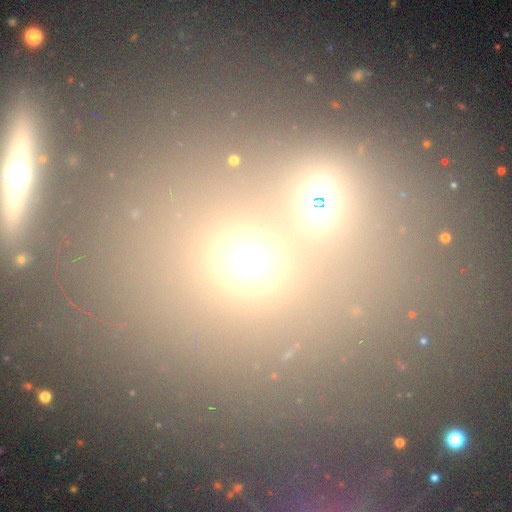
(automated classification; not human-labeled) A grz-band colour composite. It shows a smooth galaxy with no disk features (52%) that is round (72%). Merging: merger (48%).